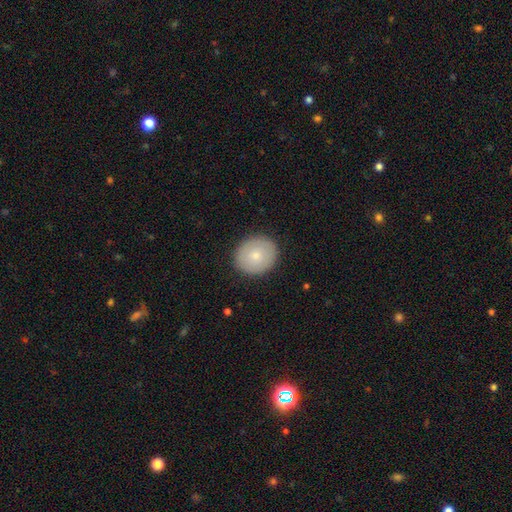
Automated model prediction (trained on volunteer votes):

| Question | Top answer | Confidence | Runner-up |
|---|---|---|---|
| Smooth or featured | smooth | 75% | featured or disk (19%) |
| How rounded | round | 75% | in between (24%) |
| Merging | none | 89% | minor disturbance (8%) |